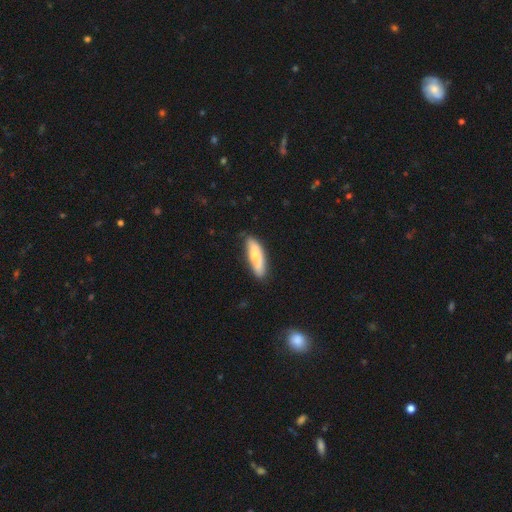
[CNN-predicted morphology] This is likely a smooth galaxy (70%). How rounded: likely cigar-shaped (63%). Merging: likely none (78%).